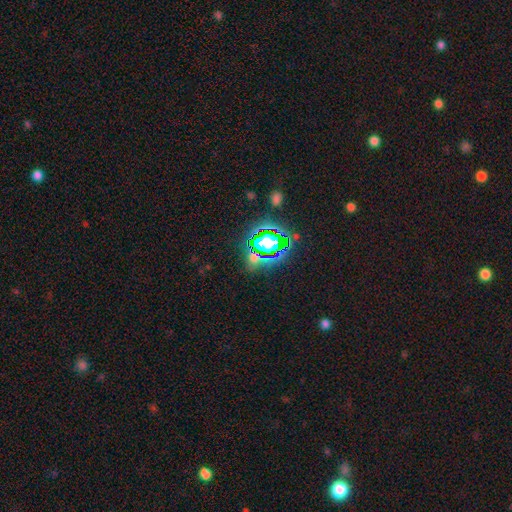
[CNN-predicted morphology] Overall: star or artifact (74%).